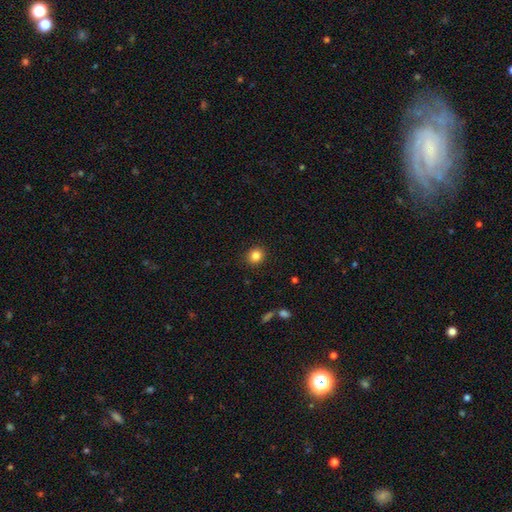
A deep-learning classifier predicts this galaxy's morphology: The model was most divided on "how rounded": round: 83%, in between: 16%, cigar-shaped: 1%. More confident: merging — none (90%); smooth or featured — smooth (84%).